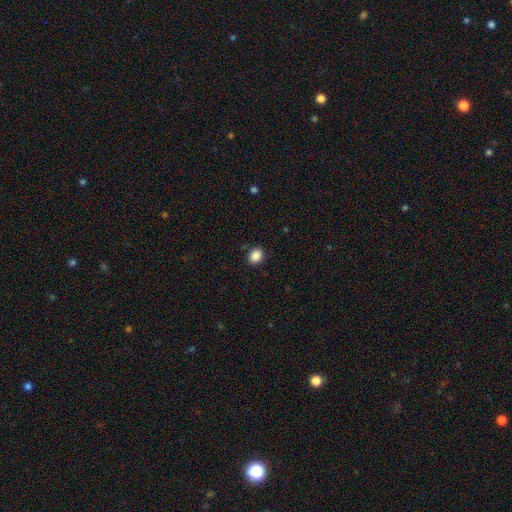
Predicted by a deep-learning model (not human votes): This appears to be a smooth galaxy with no disk features (88%) that is round (53%). Merging: none (88%).